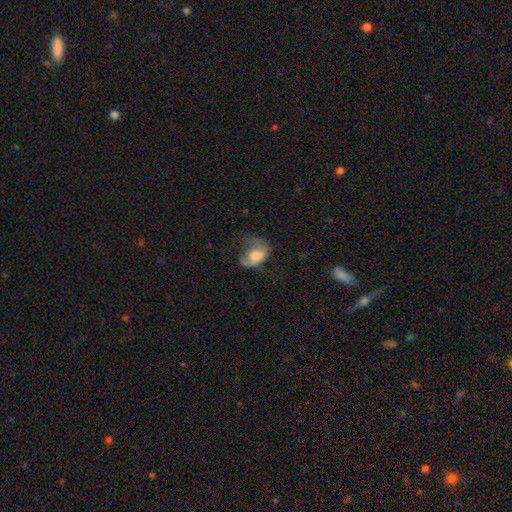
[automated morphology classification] Q: Smooth or featured?
A: smooth (60%); runner-up: featured or disk (33%)
Q: How rounded?
A: in between (79%); runner-up: round (19%)
Q: Merging?
A: major disturbance (49%); runner-up: minor disturbance (27%)